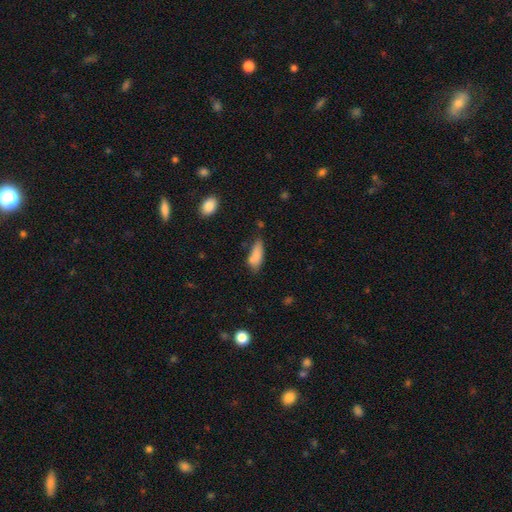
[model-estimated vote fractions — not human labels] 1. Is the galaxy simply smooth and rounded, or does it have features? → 81% smooth, 12% featured or disk, 8% star or artifact.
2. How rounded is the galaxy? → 64% in between, 33% cigar-shaped, 3% round.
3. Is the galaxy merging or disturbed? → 56% none, 25% minor disturbance, 12% merger, 7% major disturbance.